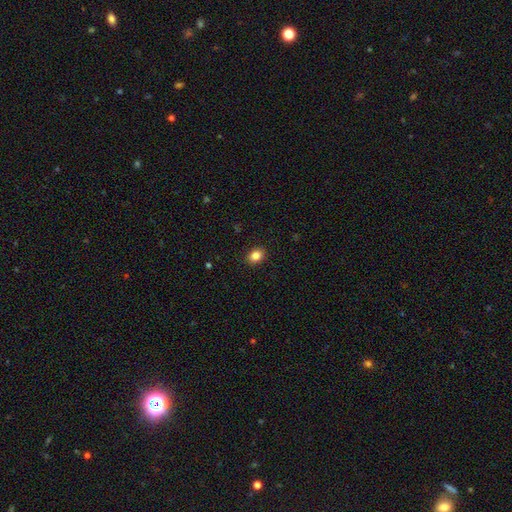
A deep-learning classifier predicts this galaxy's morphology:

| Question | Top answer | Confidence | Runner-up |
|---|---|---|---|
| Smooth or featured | smooth | 85% | star or artifact (10%) |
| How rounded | in between | 55% | round (44%) |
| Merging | none | 90% | minor disturbance (7%) |